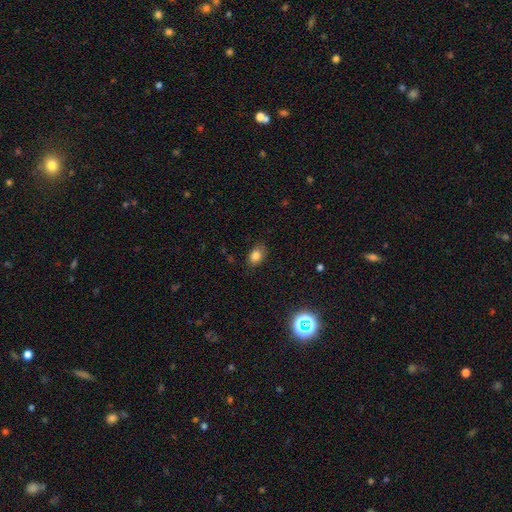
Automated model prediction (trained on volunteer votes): Q: Smooth or featured?
A: smooth (81%); runner-up: star or artifact (12%)
Q: How rounded?
A: in between (78%); runner-up: round (21%)
Q: Merging?
A: none (81%); runner-up: minor disturbance (15%)